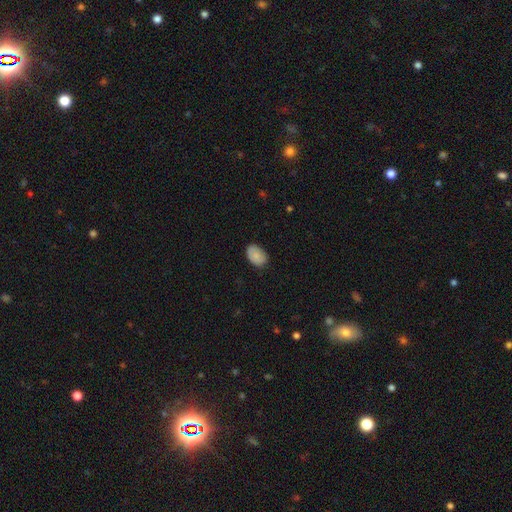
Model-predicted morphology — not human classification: Smooth or featured: smooth — 86% (star or artifact — 7%)
How rounded: in between — 86% (round — 13%)
Merging: none — 80% (minor disturbance — 16%)